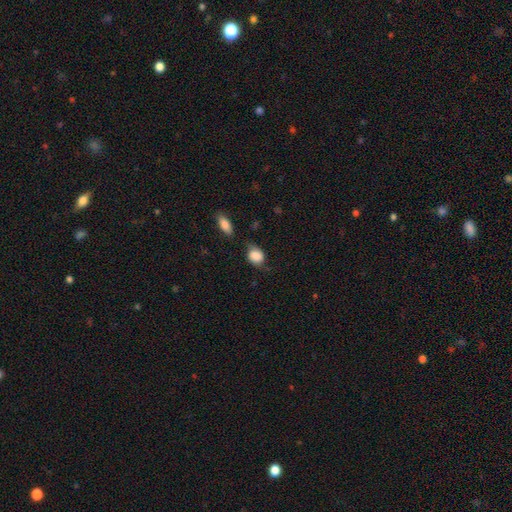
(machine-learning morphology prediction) The model was most divided on "how rounded": round: 52%, in between: 46%, cigar-shaped: 2%. More confident: smooth or featured — smooth (79%); merging — none (52%).